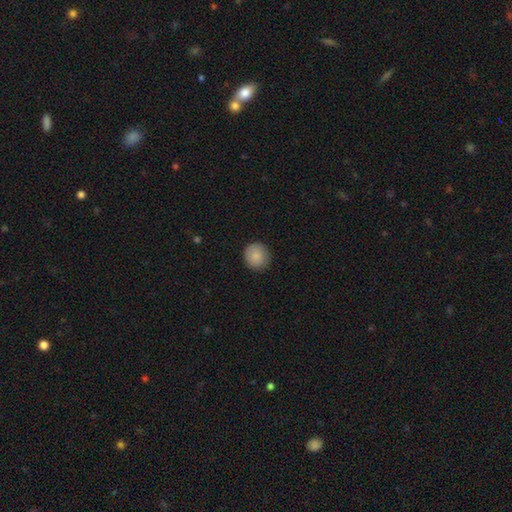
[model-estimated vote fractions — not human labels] Smooth or featured? smooth (87%)
How rounded? round (92%)
Merging? none (90%)